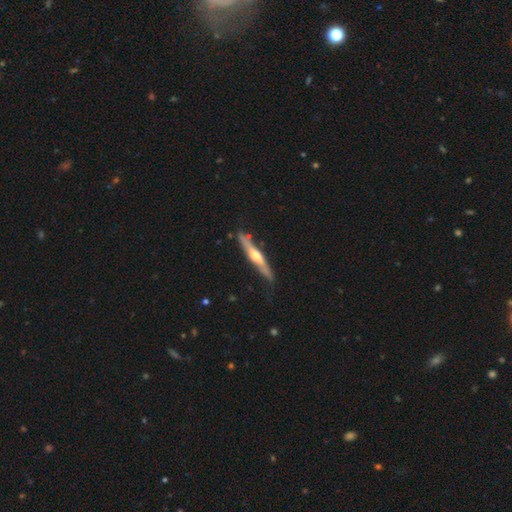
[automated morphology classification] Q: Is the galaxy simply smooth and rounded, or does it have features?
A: featured or disk — 66%.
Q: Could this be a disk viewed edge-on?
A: yes — 95%.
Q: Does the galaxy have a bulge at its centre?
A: rounded — 87%.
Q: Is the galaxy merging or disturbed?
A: none — 80%.